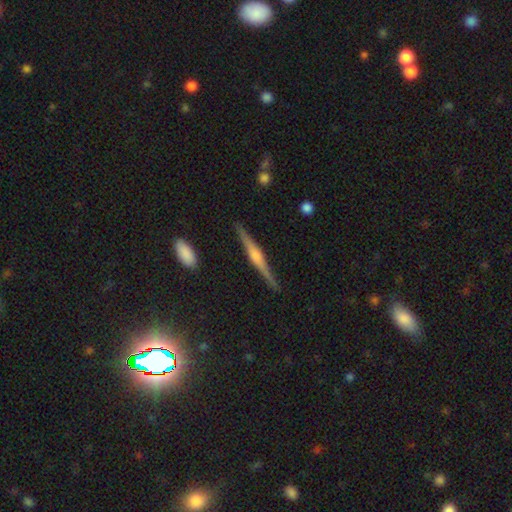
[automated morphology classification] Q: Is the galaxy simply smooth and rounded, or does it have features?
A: featured or disk — 79%.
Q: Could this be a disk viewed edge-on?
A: yes — 98%.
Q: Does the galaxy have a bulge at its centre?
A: rounded — 79%.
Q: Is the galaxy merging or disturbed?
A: none — 90%.